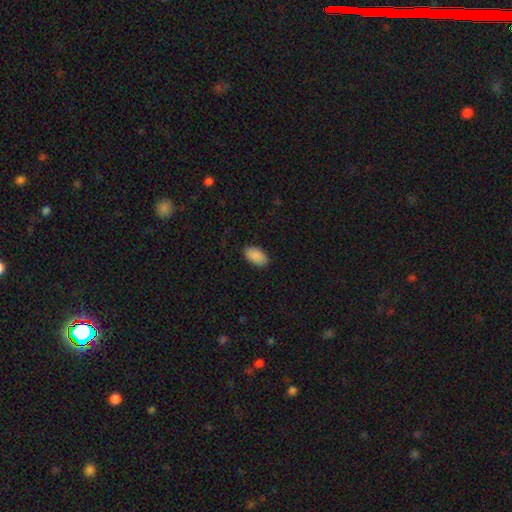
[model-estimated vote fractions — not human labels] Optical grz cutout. It shows a smooth galaxy with no disk features (90%) that is in between round and cigar-shaped (94%). Merging: none (88%).